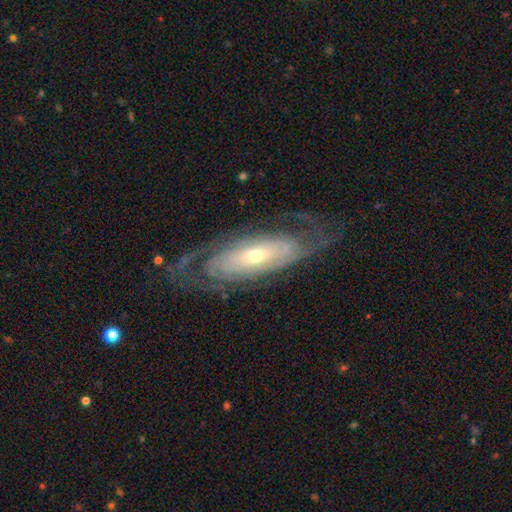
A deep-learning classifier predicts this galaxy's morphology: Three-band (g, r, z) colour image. It shows a featured or disk galaxy (81%) with no bar (58%), 2 (46%) tight (58%) spiral arms (86%) and a moderate central bulge (48%). Merging: none (71%).